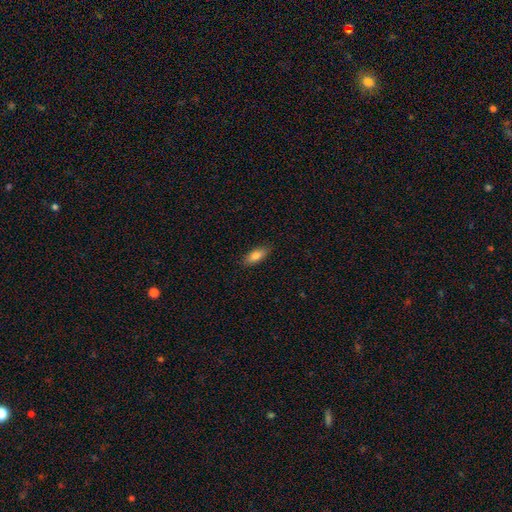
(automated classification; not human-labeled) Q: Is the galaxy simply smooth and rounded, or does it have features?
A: smooth — 82%.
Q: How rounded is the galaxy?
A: in between — 79%.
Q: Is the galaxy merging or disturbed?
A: none — 87%.